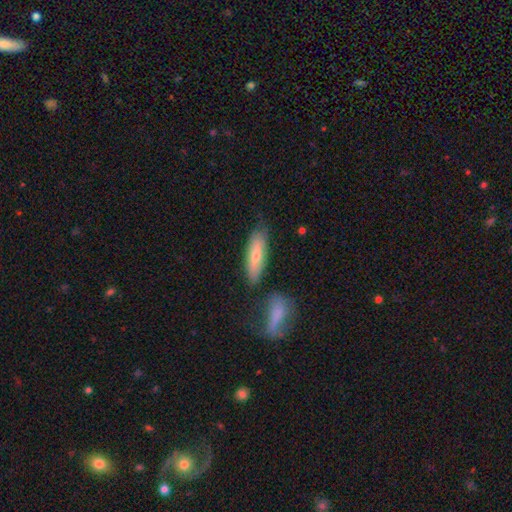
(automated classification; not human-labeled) smooth_or_featured: smooth (p=0.63) [alt: featured or disk p=0.30]
how_rounded: cigar-shaped (p=0.53) [alt: in between p=0.44]
merging: none (p=0.71) [alt: minor disturbance p=0.15]